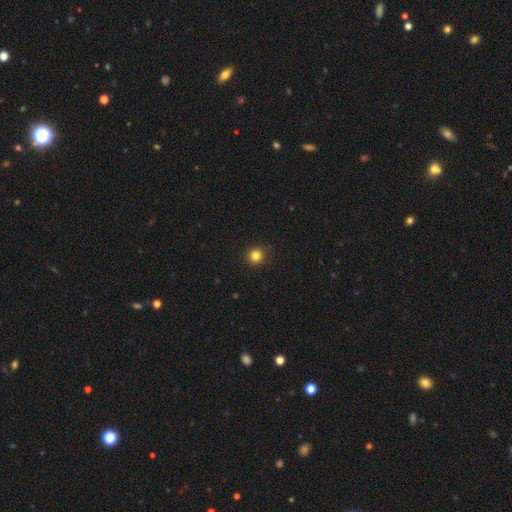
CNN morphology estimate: smooth_or_featured: smooth (p=0.83) [alt: star or artifact p=0.13]
how_rounded: round (p=0.94) [alt: in between p=0.05]
merging: none (p=0.89) [alt: minor disturbance p=0.08]